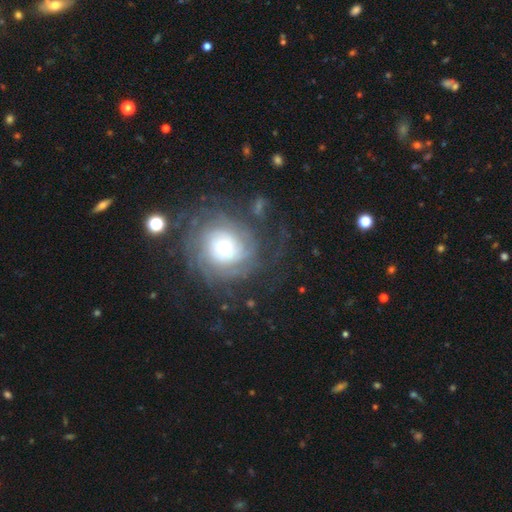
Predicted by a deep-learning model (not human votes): Q: Smooth or featured?
A: featured or disk (56%); runner-up: smooth (26%)
Q: Edge-on disk?
A: no (96%); runner-up: yes (4%)
Q: Bar?
A: no (76%); runner-up: weak (18%)
Q: Spiral arms?
A: yes (80%); runner-up: no (20%)
Q: Bulge size?
A: moderate (45%); runner-up: large (27%)
Q: Merging?
A: none (75%); runner-up: minor disturbance (12%)